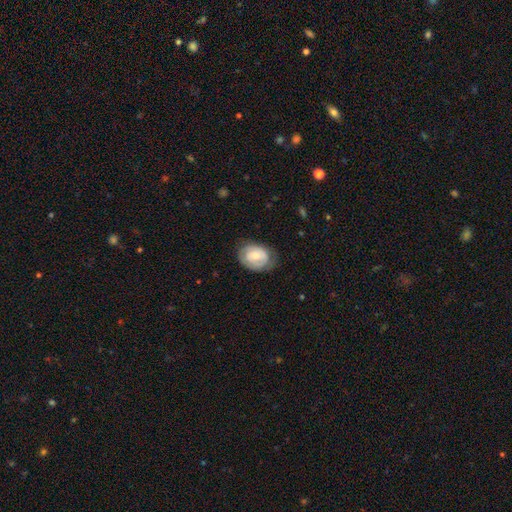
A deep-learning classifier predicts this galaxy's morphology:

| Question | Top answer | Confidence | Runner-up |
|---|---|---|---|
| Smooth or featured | smooth | 55% | featured or disk (38%) |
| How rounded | in between | 68% | round (31%) |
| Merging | none | 65% | minor disturbance (25%) |